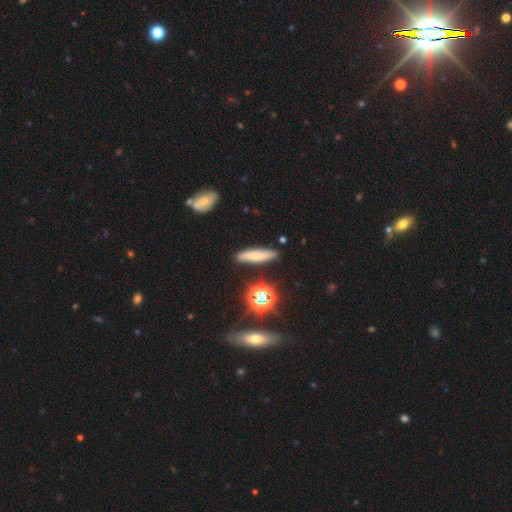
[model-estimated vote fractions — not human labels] Smooth or featured? Predicted: smooth (p=0.68). How rounded? Predicted: cigar-shaped (p=0.75). Merging? Predicted: none (p=0.83).